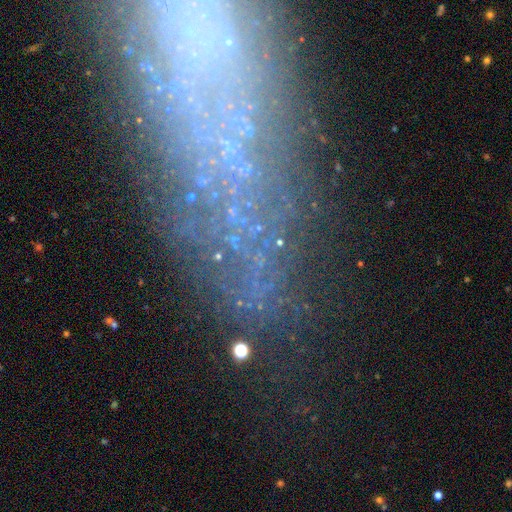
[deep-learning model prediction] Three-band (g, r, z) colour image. It shows a star or artifact, not a galaxy (48%).